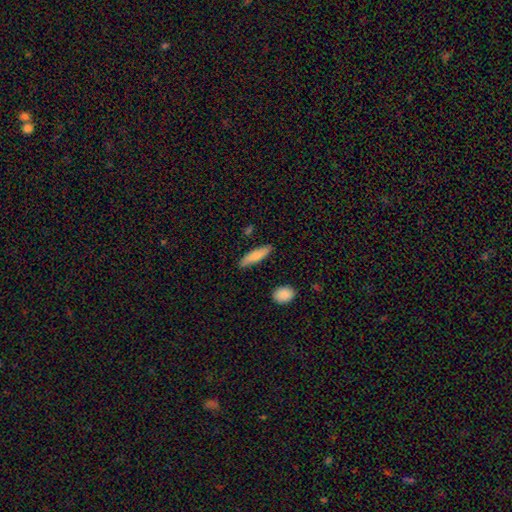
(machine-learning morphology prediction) The model was most divided on "how rounded": cigar-shaped: 65%, in between: 33%, round: 2%. More confident: merging — none (85%); smooth or featured — smooth (76%).